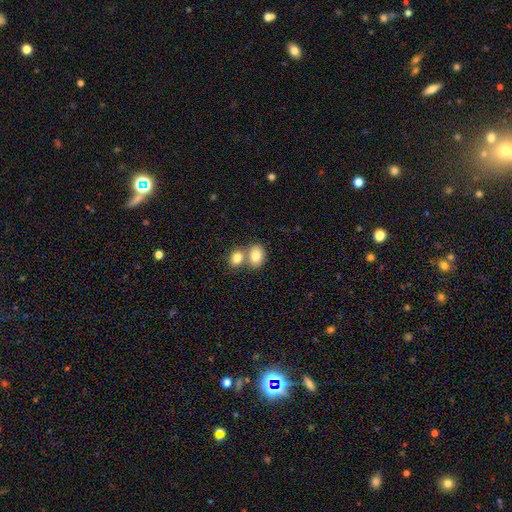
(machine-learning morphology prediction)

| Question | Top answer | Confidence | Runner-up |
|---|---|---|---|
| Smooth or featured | smooth | 81% | featured or disk (11%) |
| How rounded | in between | 57% | round (42%) |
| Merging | merger | 51% | none (39%) |